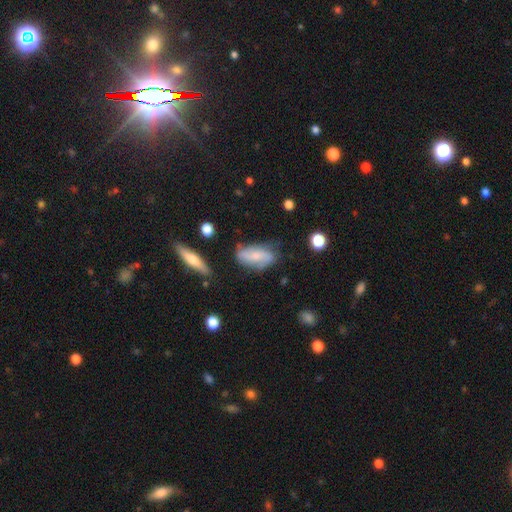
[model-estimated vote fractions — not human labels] Q: Smooth or featured?
A: smooth (48%); runner-up: featured or disk (44%)
Q: Merging?
A: none (59%); runner-up: minor disturbance (27%)